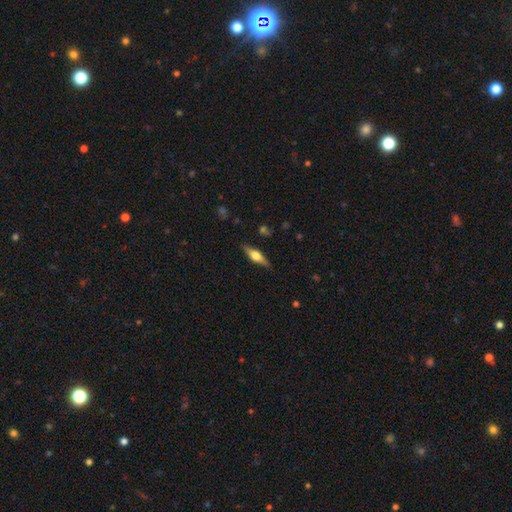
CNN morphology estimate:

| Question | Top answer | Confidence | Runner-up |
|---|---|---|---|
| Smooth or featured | featured or disk | 57% | smooth (36%) |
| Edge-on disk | yes | 94% | no (6%) |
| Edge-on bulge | rounded | 91% | boxy (7%) |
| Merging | none | 86% | minor disturbance (10%) |